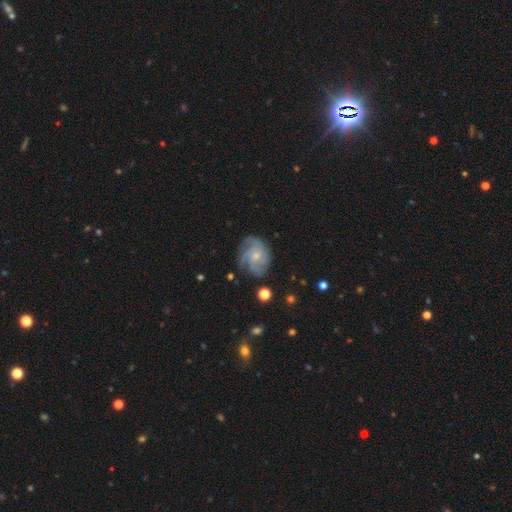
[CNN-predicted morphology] A featured or disk galaxy (82%) with no bar (74%), 4 (32%) tight (48%) spiral arms (97%) and a small central bulge (64%).

Vote fractions:
- Smooth or featured? featured or disk: 82% / smooth: 11% / star or artifact: 7%
- Edge-on disk? no: 98% / yes: 2%
- Bar? no: 74% / weak: 23% / strong: 3%
- Spiral arms? yes: 97% / no: 3%
- Spiral winding? tight: 48% / medium: 40% / loose: 12%
- Spiral arm count? 4: 32% / 3: 27% / can't tell: 18% / 2: 9% / more than 4: 8% / 1: 6%
- Bulge size? small: 64% / moderate: 30% / none: 3% / large: 1% / dominant: 1%
- Merging? none: 69% / minor disturbance: 20% / major disturbance: 10% / merger: 2%